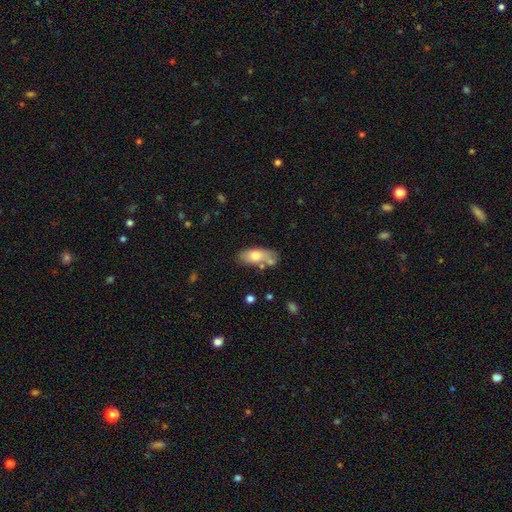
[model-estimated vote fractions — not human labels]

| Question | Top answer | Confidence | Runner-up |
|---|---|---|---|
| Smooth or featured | smooth | 71% | featured or disk (22%) |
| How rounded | in between | 84% | cigar-shaped (12%) |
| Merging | none | 58% | minor disturbance (20%) |